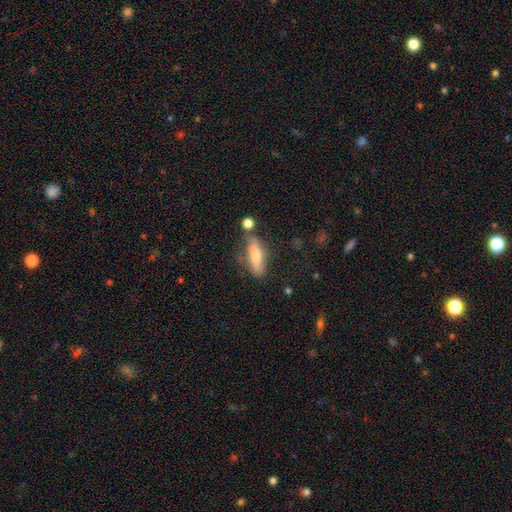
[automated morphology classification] smooth_or_featured: smooth (p=0.67) [alt: featured or disk p=0.26]
how_rounded: in between (p=0.51) [alt: cigar-shaped p=0.47]
merging: none (p=0.58) [alt: minor disturbance p=0.23]